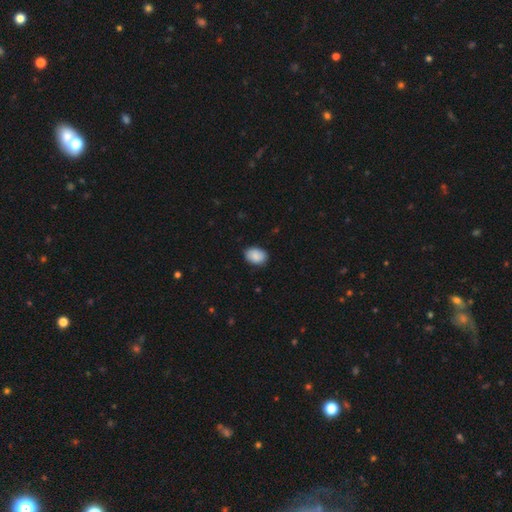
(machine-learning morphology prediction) smooth_or_featured: smooth (p=0.88) [alt: star or artifact p=0.07]
how_rounded: in between (p=0.76) [alt: round p=0.23]
merging: none (p=0.84) [alt: minor disturbance p=0.12]